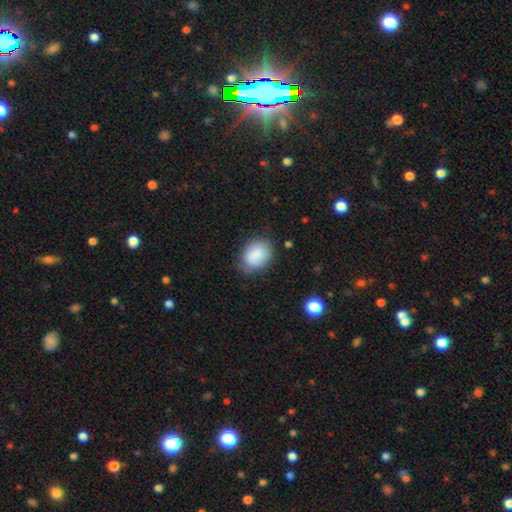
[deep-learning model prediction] A smooth galaxy with no disk features (86%) that is in between round and cigar-shaped (70%). Merging: none (72%).